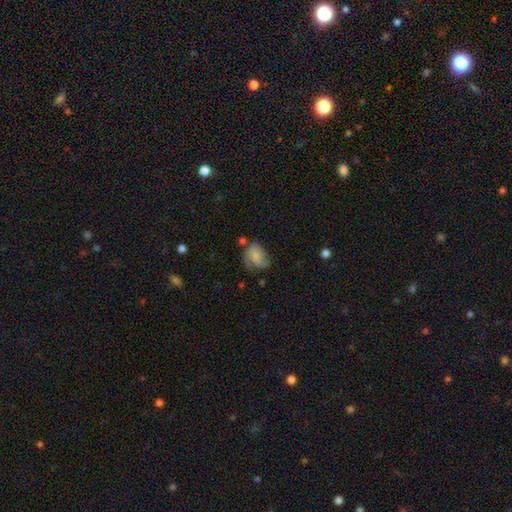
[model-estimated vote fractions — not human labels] Smooth or featured: smooth — 54% (featured or disk — 38%)
How rounded: in between — 71% (round — 28%)
Merging: none — 36% (minor disturbance — 31%)